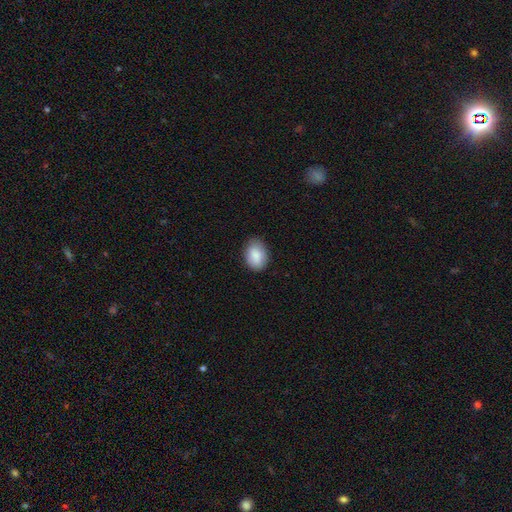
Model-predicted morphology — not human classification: smooth-or-featured: smooth: 87% | star or artifact: 7% | featured or disk: 6%
  how-rounded: in between: 82% | round: 17% | cigar-shaped: 1%
  merging: none: 78% | minor disturbance: 18% | major disturbance: 3% | merger: 1%